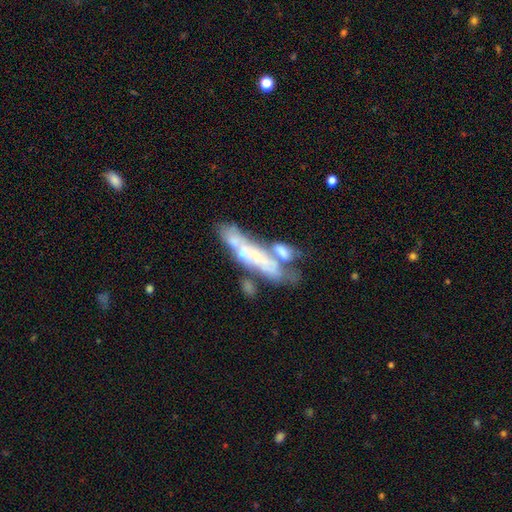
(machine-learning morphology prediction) smooth_or_featured: featured or disk (p=0.62) [alt: smooth p=0.29]
disk_edge_on: no (p=0.66) [alt: yes p=0.34]
merging: merger (p=0.37) [alt: none p=0.32]